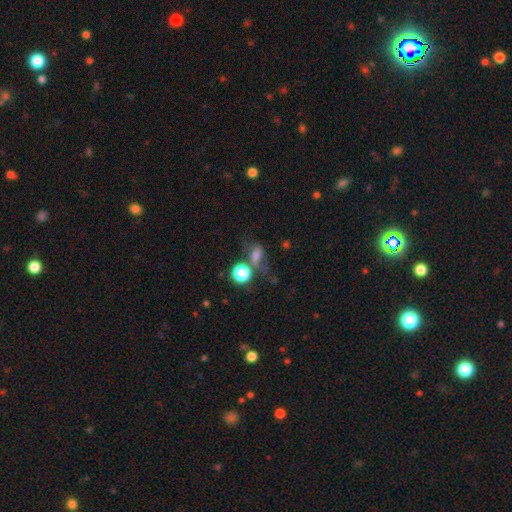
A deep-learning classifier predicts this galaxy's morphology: This appears to be a smooth galaxy with no disk features (57%) that is in between round and cigar-shaped (61%). Merging: none (40%).